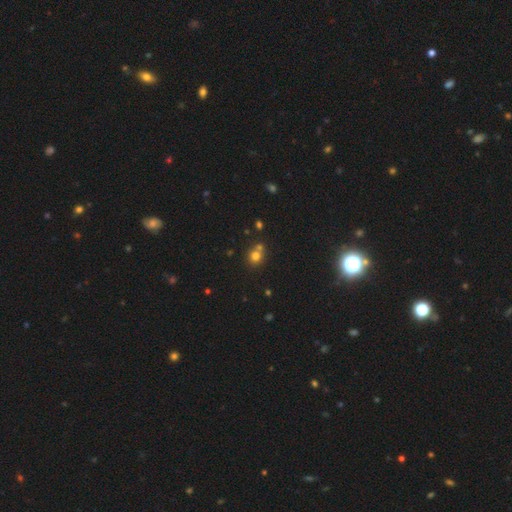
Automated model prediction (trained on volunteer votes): Smooth or featured: smooth — 75% (star or artifact — 16%)
How rounded: round — 85% (in between — 15%)
Merging: none — 56% (merger — 33%)